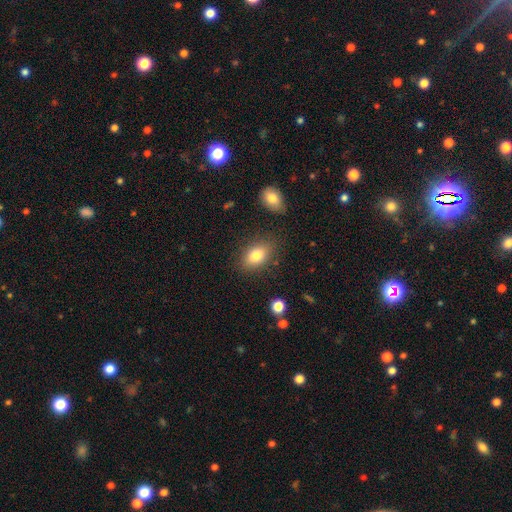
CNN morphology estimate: Smooth or featured? Predicted: smooth (p=0.81). How rounded? Predicted: in between (p=0.86). Merging? Predicted: none (p=0.81).